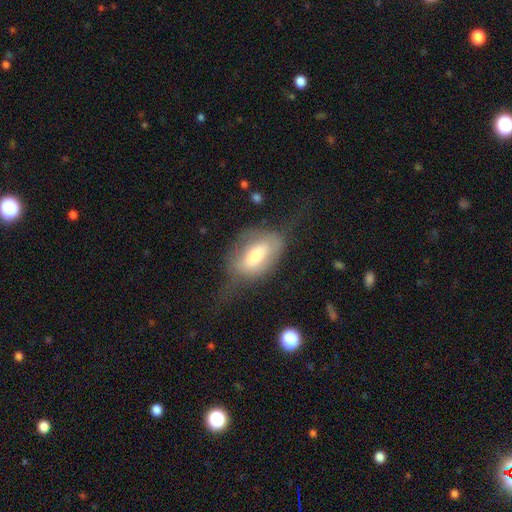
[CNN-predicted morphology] This appears to be a smooth galaxy with no disk features (55%) that is in between round and cigar-shaped (88%). Merging: major disturbance (36%).